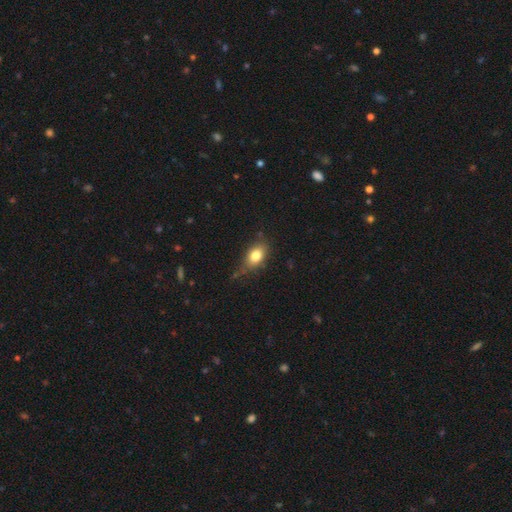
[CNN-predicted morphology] The model was most divided on "merging": none: 66%, minor disturbance: 24%, major disturbance: 6%, merger: 3%. More confident: how rounded — in between (80%); smooth or featured — smooth (80%).